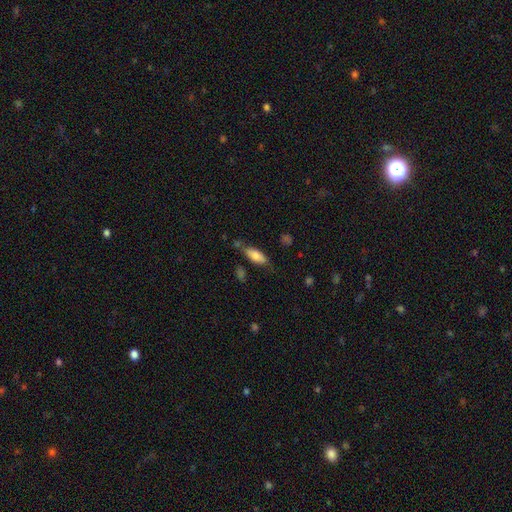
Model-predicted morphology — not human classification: Smooth or featured?
  - smooth: 75% *
  - featured or disk: 18%
  - star or artifact: 7%
How rounded?
  - in between: 78% *
  - cigar-shaped: 20%
  - round: 2%
Merging?
  - none: 61% *
  - minor disturbance: 25%
  - merger: 7%
  - major disturbance: 7%